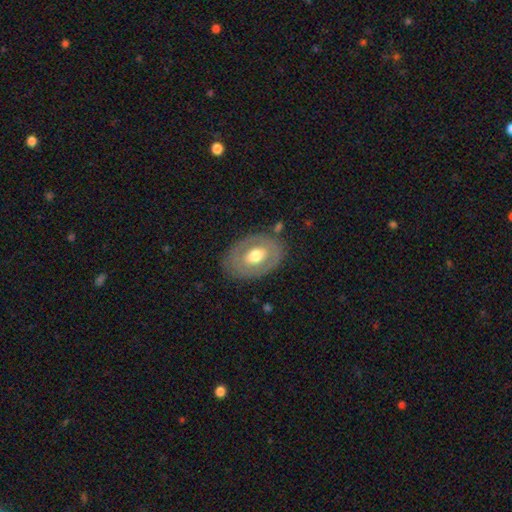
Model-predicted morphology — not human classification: Overall: featured or disk (47%; smooth 46%). Merging: none (78%).